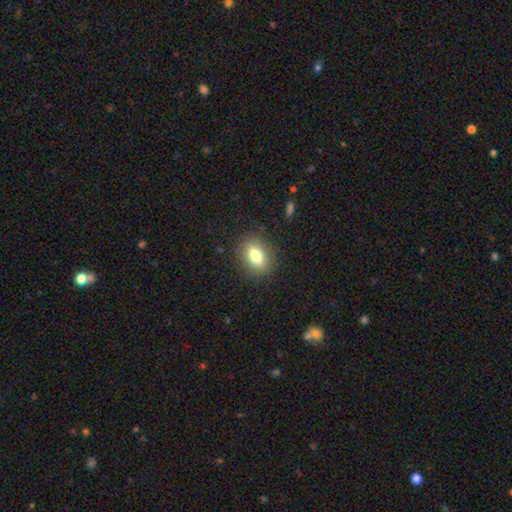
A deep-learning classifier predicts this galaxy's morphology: smooth_or_featured: smooth (p=0.73) [alt: featured or disk p=0.17]
how_rounded: in between (p=0.73) [alt: round p=0.20]
merging: none (p=0.86) [alt: minor disturbance p=0.09]